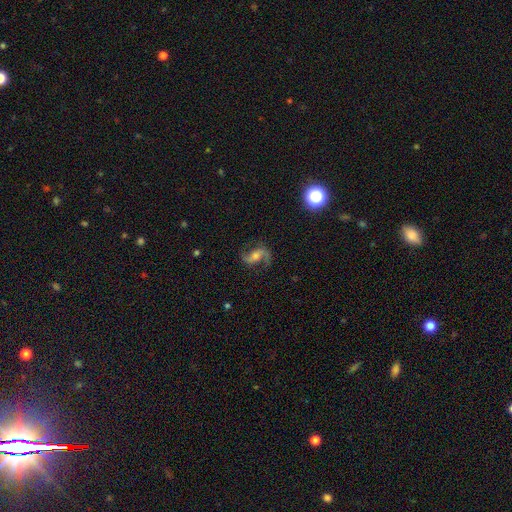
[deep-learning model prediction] Morphology: type=featured or disk (84%); edge-on=no (97%); bar=weak (39%); spiral arms=yes (96%); winding=loose (55%); arm count=2 (92%); bulge=moderate (54%); merging=none (77%).